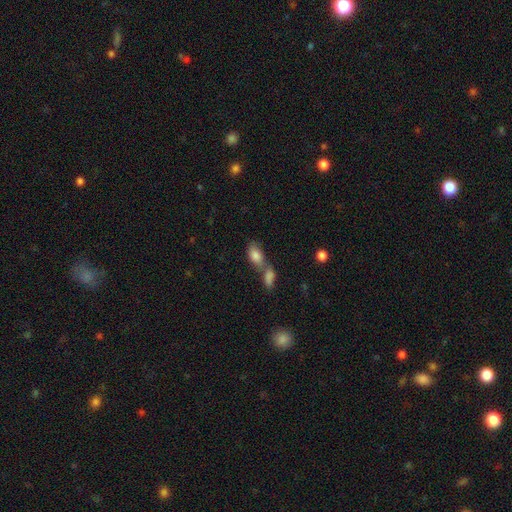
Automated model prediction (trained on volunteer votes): smooth-or-featured: smooth: 81% | featured or disk: 11% | star or artifact: 8%
  how-rounded: in between: 89% | round: 7% | cigar-shaped: 3%
  merging: merger: 63% | none: 25% | minor disturbance: 8% | major disturbance: 5%